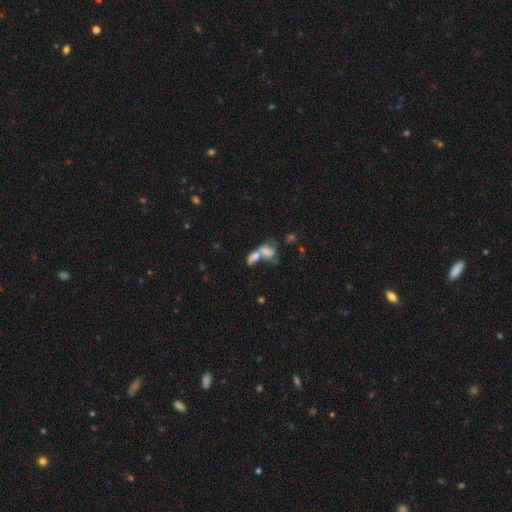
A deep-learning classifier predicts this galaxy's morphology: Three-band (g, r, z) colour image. It shows a smooth galaxy with no disk features (57%) that is in between round and cigar-shaped (84%). Merging: merger (66%).